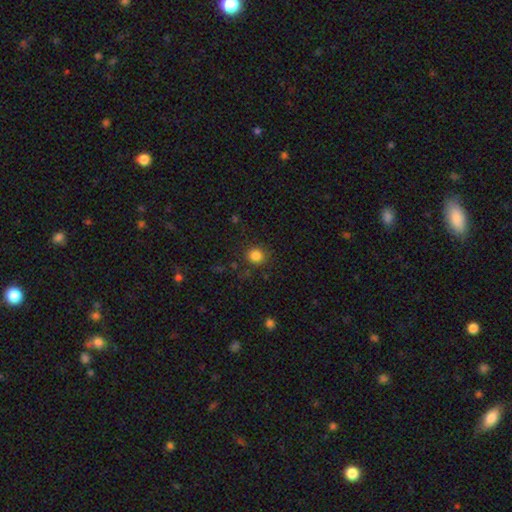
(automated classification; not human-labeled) Overall: smooth (84%). How rounded: round (87%). Merging: none (85%).